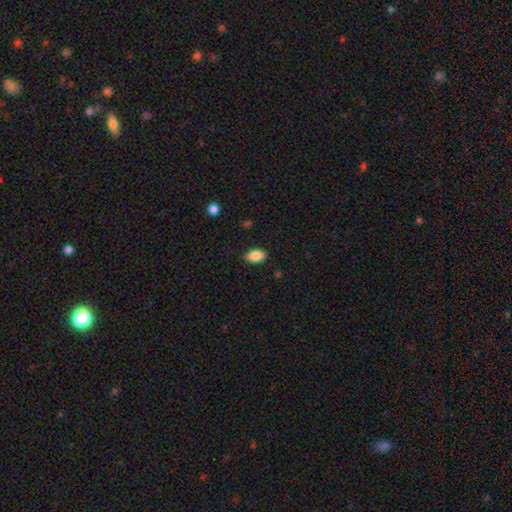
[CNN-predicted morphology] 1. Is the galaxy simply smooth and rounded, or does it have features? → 87% smooth, 7% star or artifact, 5% featured or disk.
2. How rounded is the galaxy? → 92% in between, 6% round, 2% cigar-shaped.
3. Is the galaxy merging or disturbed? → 85% none, 12% minor disturbance, 2% major disturbance, 1% merger.